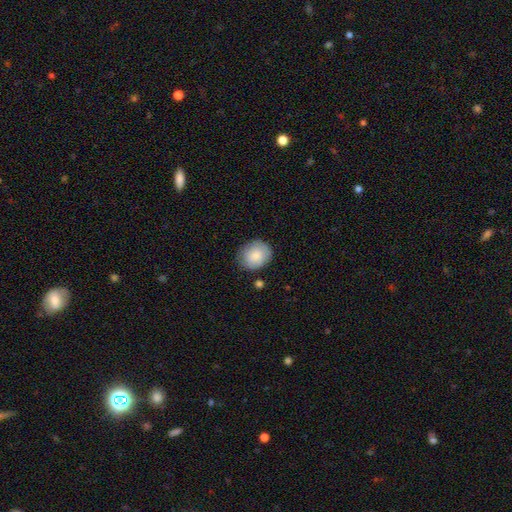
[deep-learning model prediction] Morphology: type=smooth (83%); roundness=round (59%); merging=none (76%).